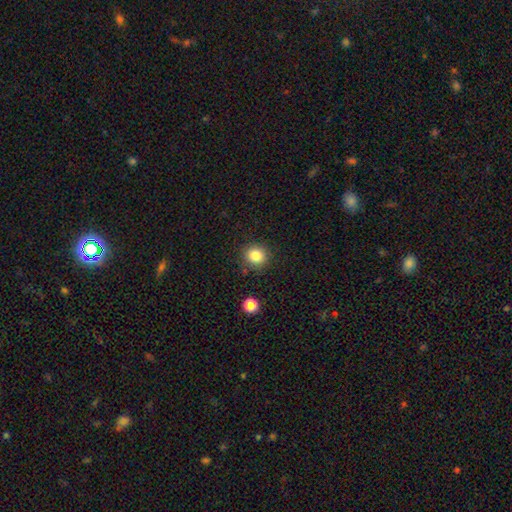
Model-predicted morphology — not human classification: Smooth or featured: smooth — 84% (star or artifact — 11%)
How rounded: round — 86% (in between — 13%)
Merging: none — 87% (minor disturbance — 8%)